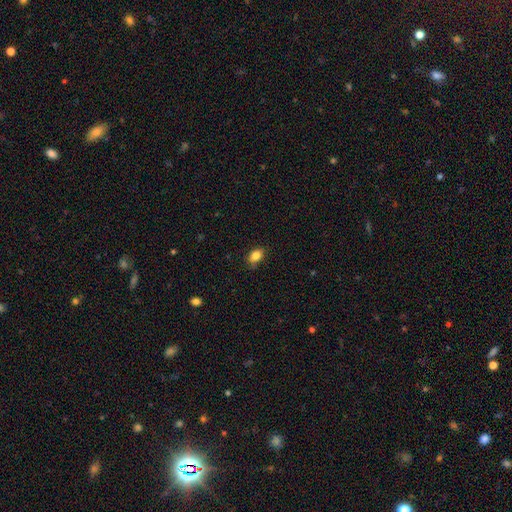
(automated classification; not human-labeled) Morphology: type=smooth (84%); roundness=in between (78%); merging=none (76%).